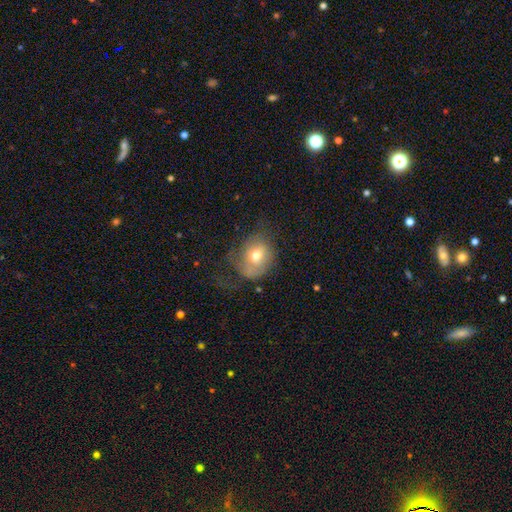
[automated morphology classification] Q: Smooth or featured?
A: smooth (64%); runner-up: featured or disk (26%)
Q: How rounded?
A: round (54%); runner-up: in between (45%)
Q: Merging?
A: none (39%); runner-up: major disturbance (32%)